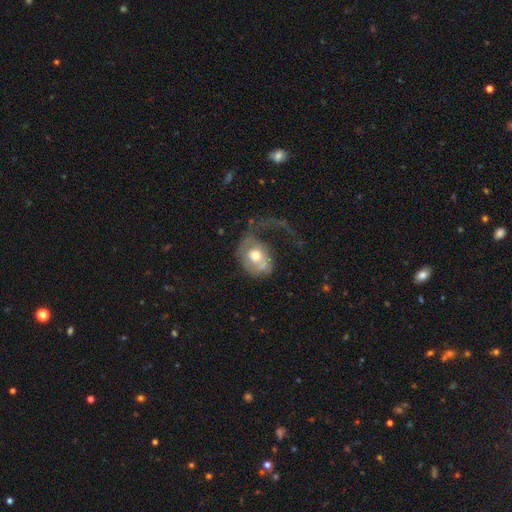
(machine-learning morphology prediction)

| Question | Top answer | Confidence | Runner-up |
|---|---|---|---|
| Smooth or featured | featured or disk | 48% | smooth (45%) |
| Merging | major disturbance | 59% | none (19%) |